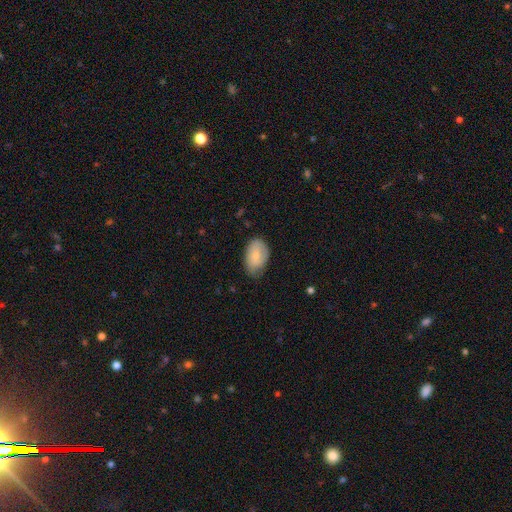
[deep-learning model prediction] Morphology: type=smooth (72%); roundness=in between (90%); merging=none (59%).